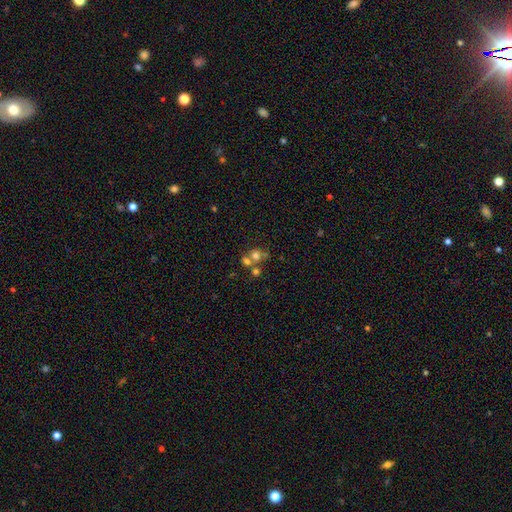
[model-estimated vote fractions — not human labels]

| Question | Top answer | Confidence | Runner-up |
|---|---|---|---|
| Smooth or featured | smooth | 64% | featured or disk (20%) |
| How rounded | round | 76% | in between (23%) |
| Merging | merger | 50% | none (37%) |